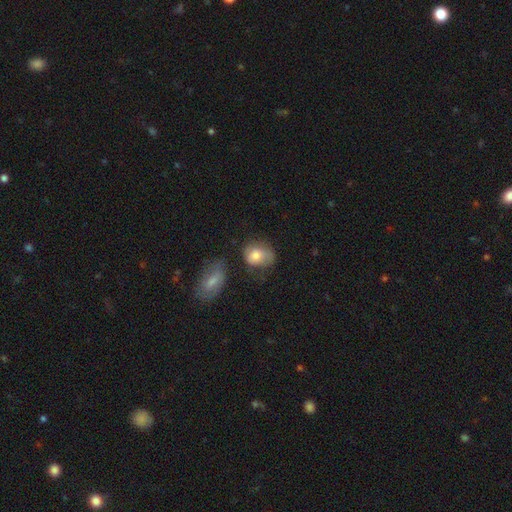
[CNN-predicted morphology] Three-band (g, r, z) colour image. It shows a smooth galaxy with no disk features (74%) that is in between round and cigar-shaped (58%). Merging: none (40%).